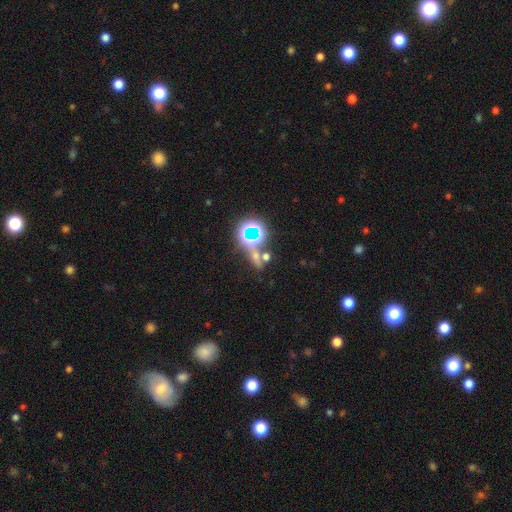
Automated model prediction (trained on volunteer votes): The model was most divided on "smooth or featured": star or artifact: 52%, smooth: 32%, featured or disk: 16%.